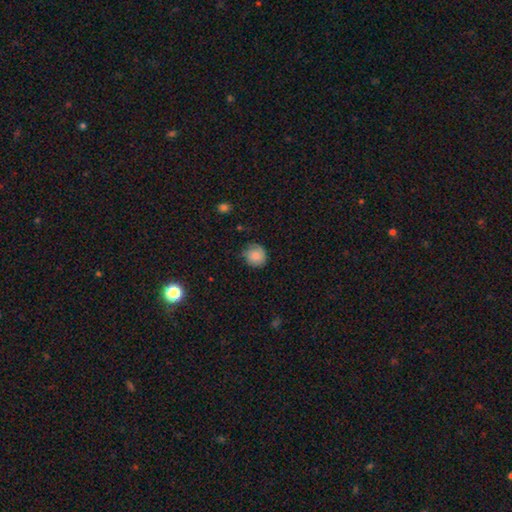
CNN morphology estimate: This is clearly a smooth galaxy (81%). How rounded: clearly round (86%). Merging: likely none (71%).